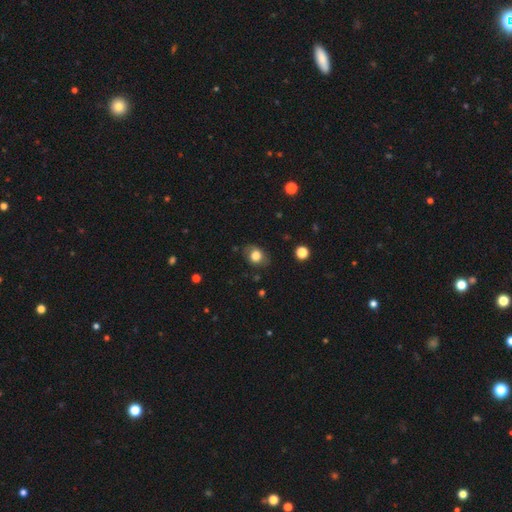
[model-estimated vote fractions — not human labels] smooth 79%, featured or disk 11%, star or artifact 10%. Down the decision tree: how rounded — round (50%); merging — none (71%).